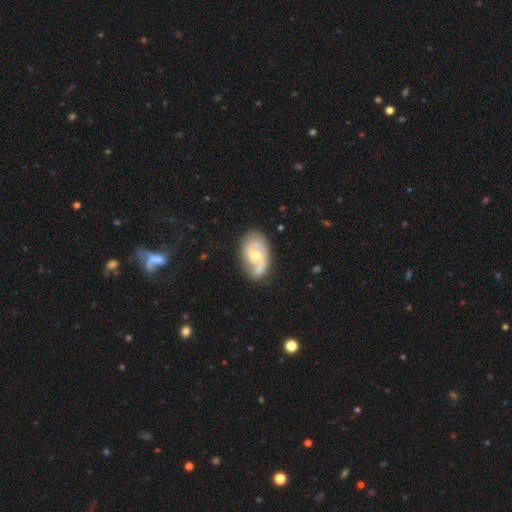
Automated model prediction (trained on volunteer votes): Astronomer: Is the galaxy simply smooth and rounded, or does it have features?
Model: featured or disk — 81%.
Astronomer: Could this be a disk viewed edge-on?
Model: no — 97%.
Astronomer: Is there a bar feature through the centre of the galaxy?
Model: no — 56% (runner-up: weak, 37%).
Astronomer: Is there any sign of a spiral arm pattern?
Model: yes — 94%.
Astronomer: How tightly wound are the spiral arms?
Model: medium — 47% (runner-up: tight, 27%).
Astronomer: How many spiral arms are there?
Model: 2 — 80%.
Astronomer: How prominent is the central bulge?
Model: moderate — 57% (runner-up: small, 38%).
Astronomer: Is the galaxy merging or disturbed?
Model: none — 75%.